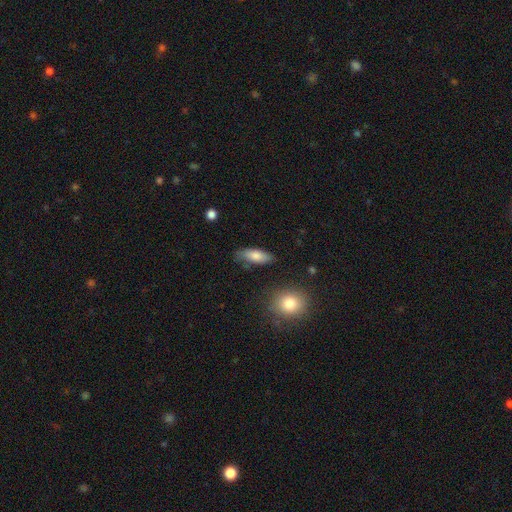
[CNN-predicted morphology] smooth_or_featured: smooth (p=0.79) [alt: featured or disk p=0.14]
how_rounded: in between (p=0.70) [alt: cigar-shaped p=0.27]
merging: none (p=0.75) [alt: minor disturbance p=0.19]